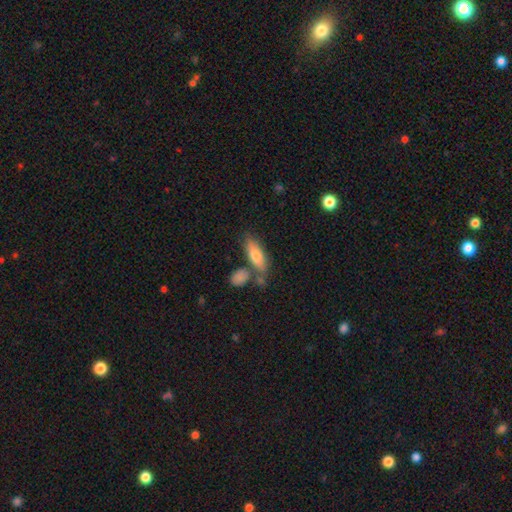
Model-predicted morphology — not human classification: Smooth or featured? Predicted: smooth (p=0.69). How rounded? Predicted: in between (p=0.60). Merging? Predicted: none (p=0.61).